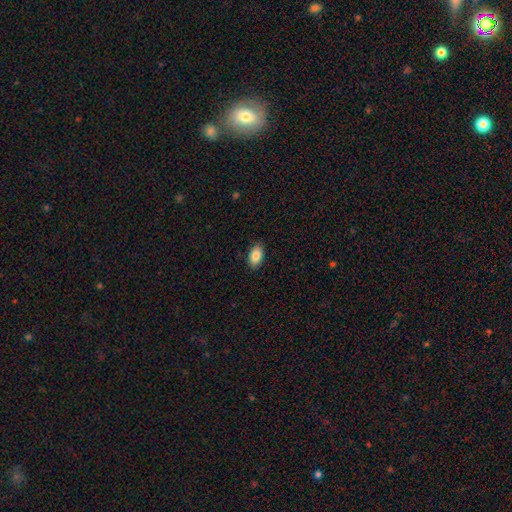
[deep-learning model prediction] smooth_or_featured: smooth (p=0.85) [alt: featured or disk p=0.07]
how_rounded: in between (p=0.93) [alt: round p=0.05]
merging: none (p=0.89) [alt: minor disturbance p=0.08]